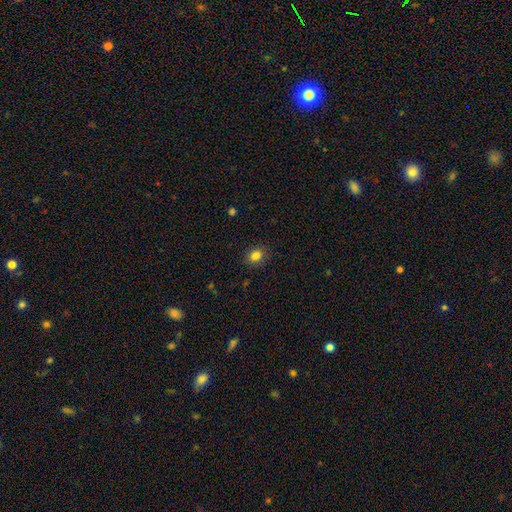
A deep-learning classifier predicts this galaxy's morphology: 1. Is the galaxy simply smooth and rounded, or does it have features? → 84% smooth, 11% star or artifact, 5% featured or disk.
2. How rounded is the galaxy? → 51% round, 48% in between, 1% cigar-shaped.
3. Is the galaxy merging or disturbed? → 87% none, 9% minor disturbance, 2% major disturbance, 1% merger.